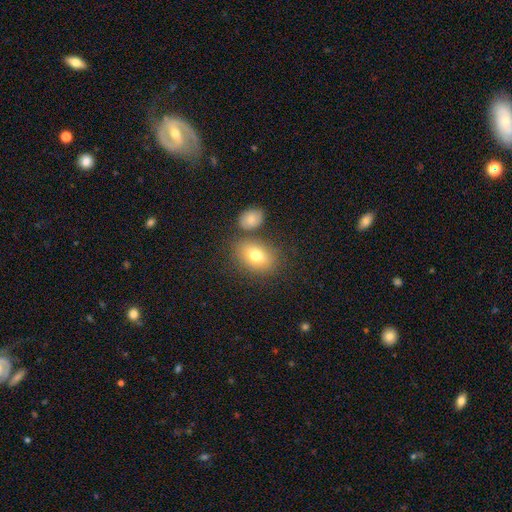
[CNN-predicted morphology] smooth-or-featured: smooth: 76% | featured or disk: 15% | star or artifact: 9%
  how-rounded: in between: 79% | round: 19% | cigar-shaped: 1%
  merging: none: 69% | merger: 14% | minor disturbance: 12% | major disturbance: 4%